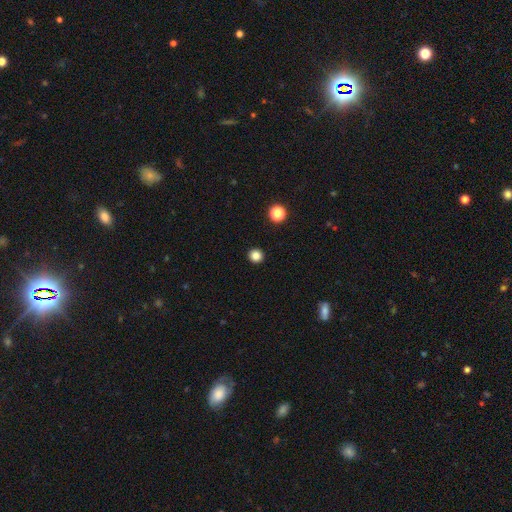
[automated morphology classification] Smooth or featured: smooth — 83% (star or artifact — 13%)
How rounded: round — 95% (in between — 4%)
Merging: none — 94% (minor disturbance — 4%)